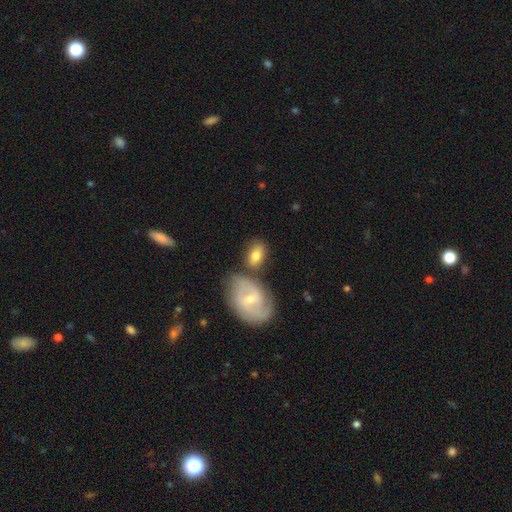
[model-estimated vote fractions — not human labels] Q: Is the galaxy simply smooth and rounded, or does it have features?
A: smooth — 69%.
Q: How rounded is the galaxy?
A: in between — 85%.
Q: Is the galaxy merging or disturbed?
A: none — 61%.